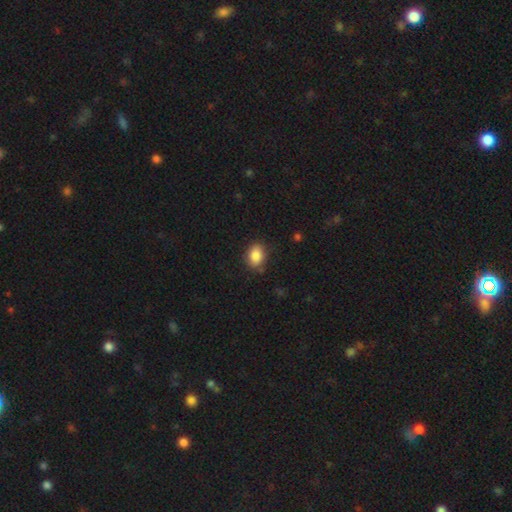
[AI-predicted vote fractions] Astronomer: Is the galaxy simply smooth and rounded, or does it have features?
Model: smooth — 86%.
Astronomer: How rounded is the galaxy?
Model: in between — 74%.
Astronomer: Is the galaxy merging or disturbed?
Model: none — 82%.